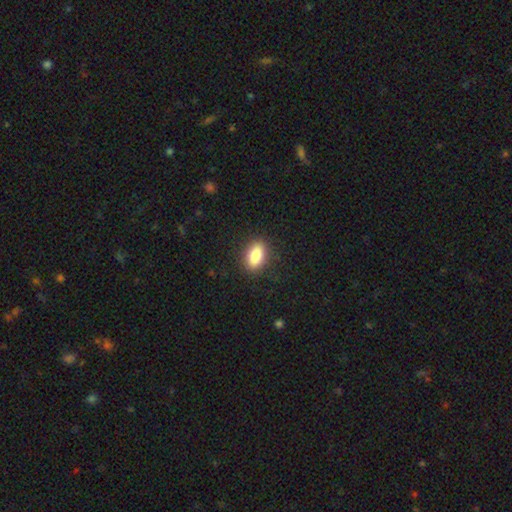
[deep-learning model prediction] A smooth galaxy with no disk features (83%) that is in between round and cigar-shaped (86%).

Vote fractions:
- Smooth or featured? smooth: 83% / featured or disk: 9% / star or artifact: 8%
- How rounded? in between: 86% / round: 8% / cigar-shaped: 6%
- Merging? none: 87% / minor disturbance: 9% / major disturbance: 3% / merger: 1%